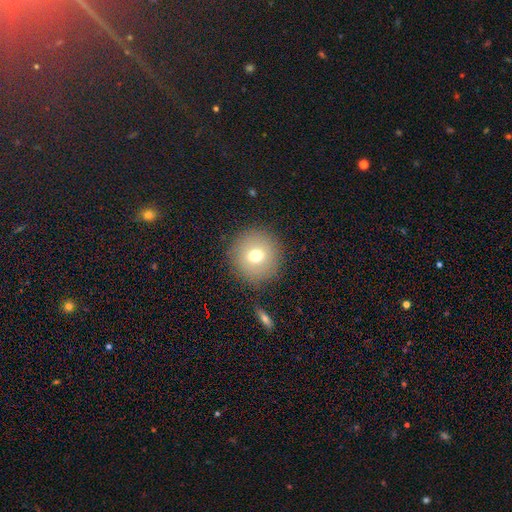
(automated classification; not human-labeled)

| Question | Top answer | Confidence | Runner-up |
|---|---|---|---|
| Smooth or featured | smooth | 70% | featured or disk (18%) |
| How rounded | round | 94% | in between (5%) |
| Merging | none | 86% | minor disturbance (8%) |